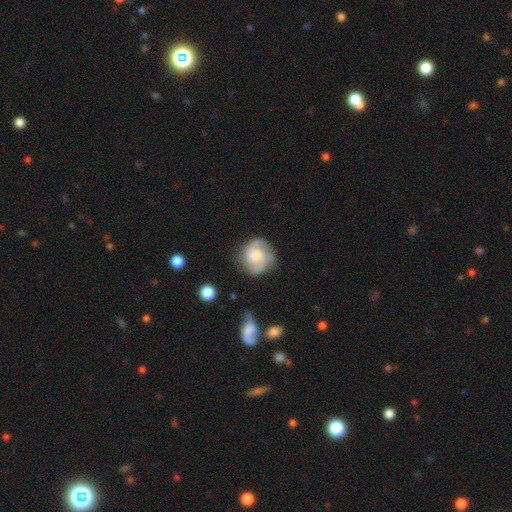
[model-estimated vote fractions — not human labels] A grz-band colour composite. It shows a featured or disk galaxy (71%) with no bar (58%), 2 (61%) medium (49%) spiral arms (94%) and a moderate central bulge (36%). Merging: none (73%).